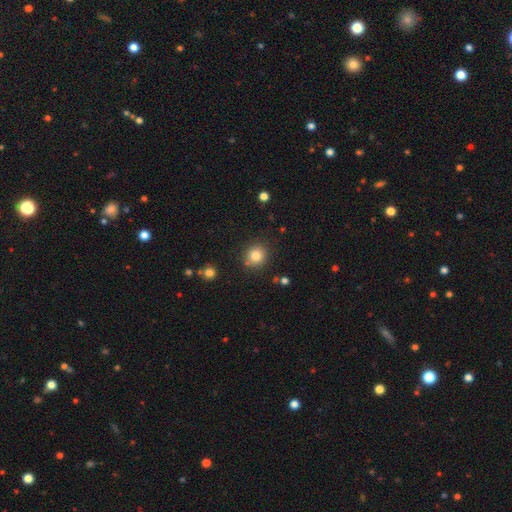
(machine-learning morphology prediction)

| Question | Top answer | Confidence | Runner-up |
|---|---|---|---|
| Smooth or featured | smooth | 82% | star or artifact (12%) |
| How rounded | round | 85% | in between (14%) |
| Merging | none | 82% | minor disturbance (10%) |